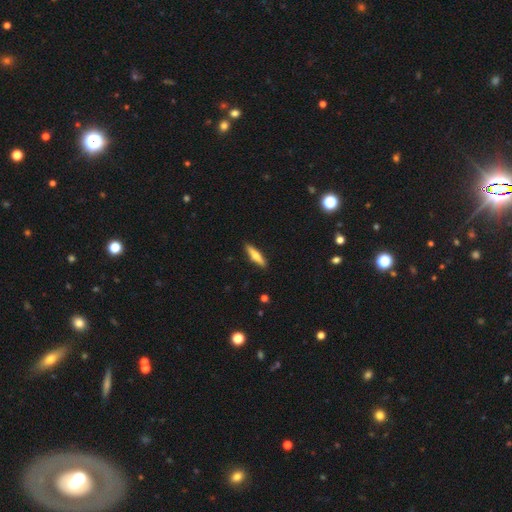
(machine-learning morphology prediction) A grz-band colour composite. It shows a smooth galaxy with no disk features (60%) that is cigar-shaped (80%). Merging: none (90%).